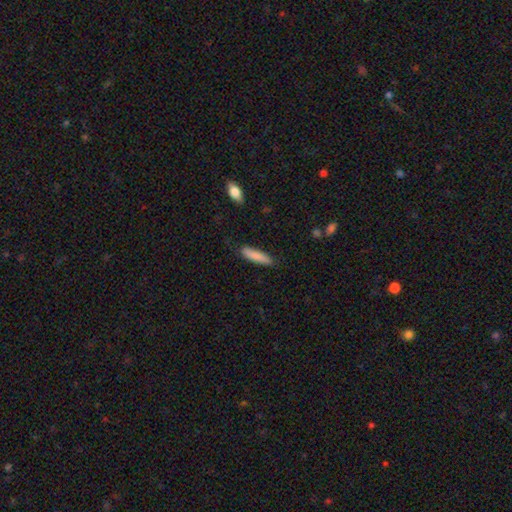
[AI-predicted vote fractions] Overall: smooth (85%). How rounded: cigar-shaped (80%). Merging: none (86%).